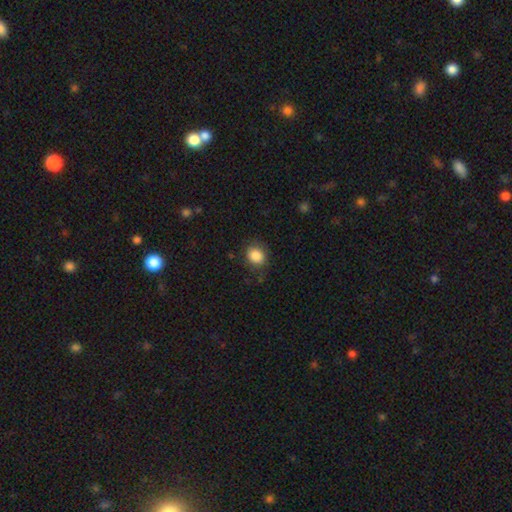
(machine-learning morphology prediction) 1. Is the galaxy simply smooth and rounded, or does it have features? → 86% smooth, 9% star or artifact, 5% featured or disk.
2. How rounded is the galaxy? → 66% round, 33% in between, 1% cigar-shaped.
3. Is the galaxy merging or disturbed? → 79% none, 15% minor disturbance, 5% major disturbance, 1% merger.